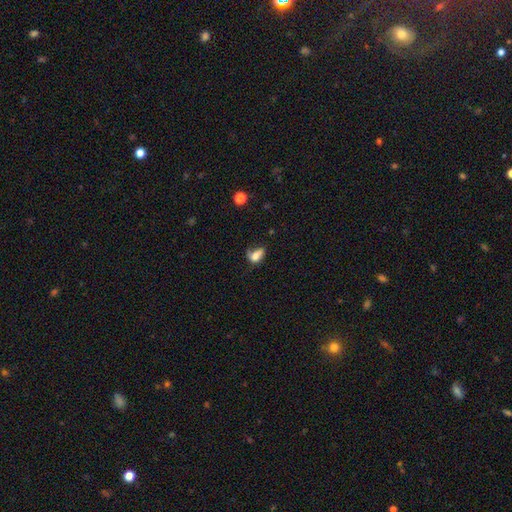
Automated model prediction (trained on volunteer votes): This is likely a smooth galaxy (66%). How rounded: clearly in between (81%). Merging: marginally major disturbance (32%).